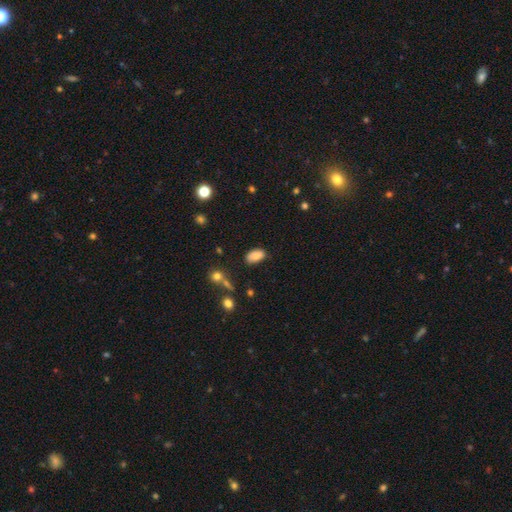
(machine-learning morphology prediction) Smooth or featured: smooth — 85% (star or artifact — 9%)
How rounded: in between — 94% (round — 4%)
Merging: none — 74% (minor disturbance — 19%)